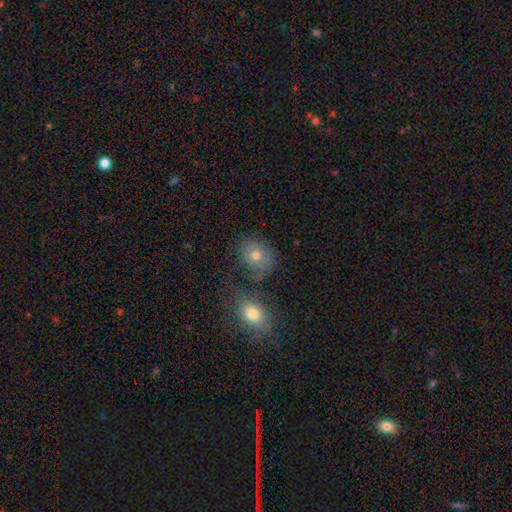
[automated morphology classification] Smooth or featured? smooth (63%)
How rounded? round (58%)
Merging? none (60%)